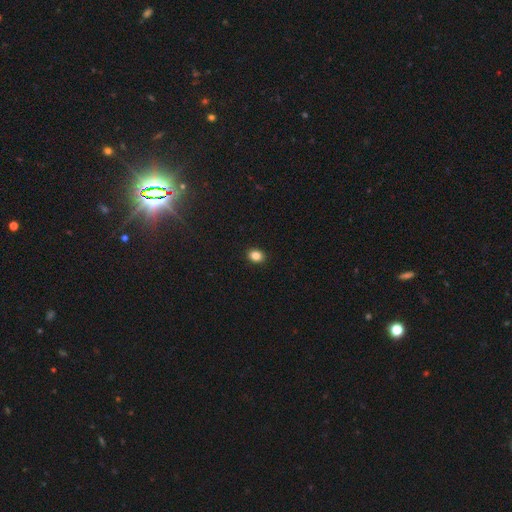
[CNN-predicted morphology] Smooth or featured? Predicted: smooth (p=0.85). How rounded? Predicted: in between (p=0.57). Merging? Predicted: none (p=0.92).